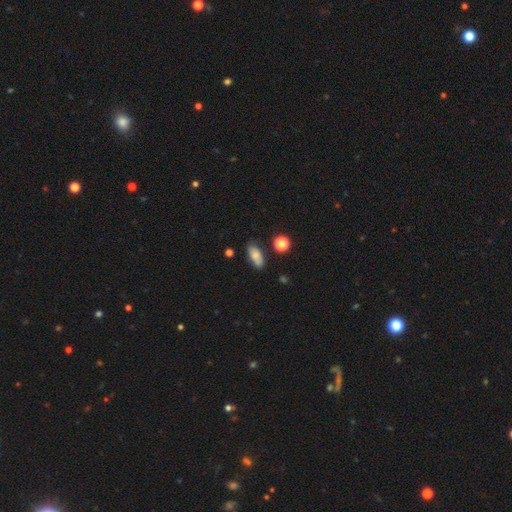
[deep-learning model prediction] Smooth or featured? Predicted: smooth (p=0.77). How rounded? Predicted: in between (p=0.82). Merging? Predicted: none (p=0.76).